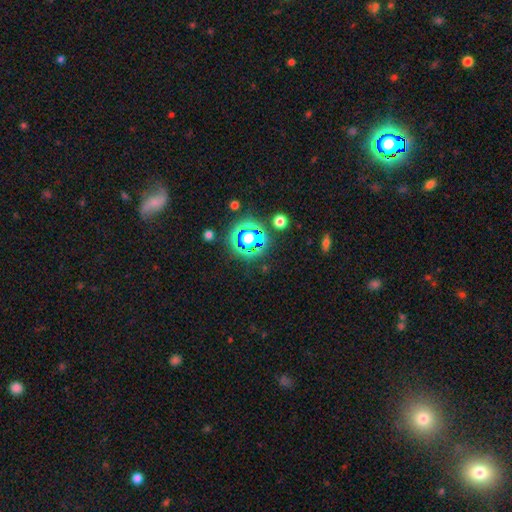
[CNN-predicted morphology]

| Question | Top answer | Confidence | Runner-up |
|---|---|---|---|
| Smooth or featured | star or artifact | 71% | smooth (19%) |